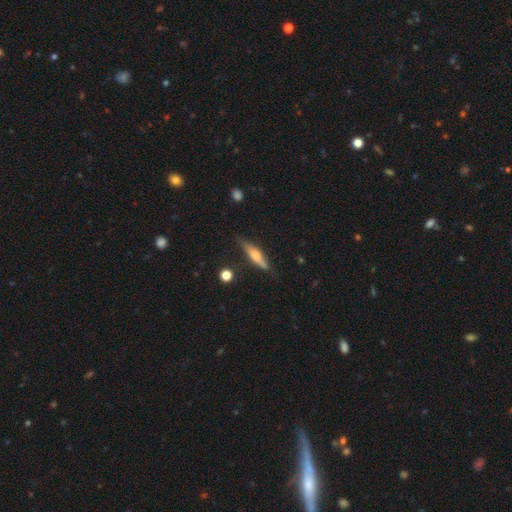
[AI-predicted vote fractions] This is possibly a featured or disk galaxy (51%). It is clearly viewed edge-on (94%). Merging: likely none (78%).